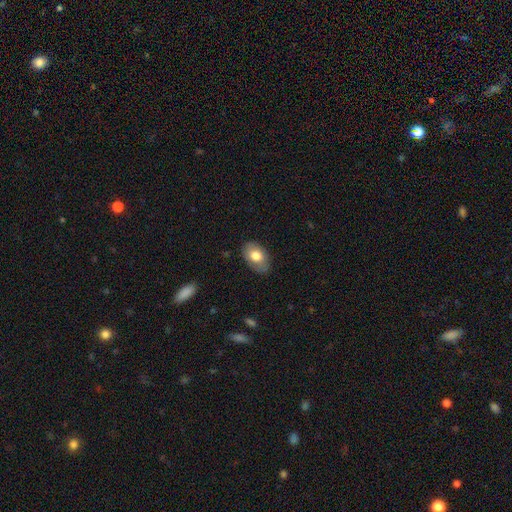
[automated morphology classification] type=smooth (74%); roundness=in between (87%); merging=none (80%).